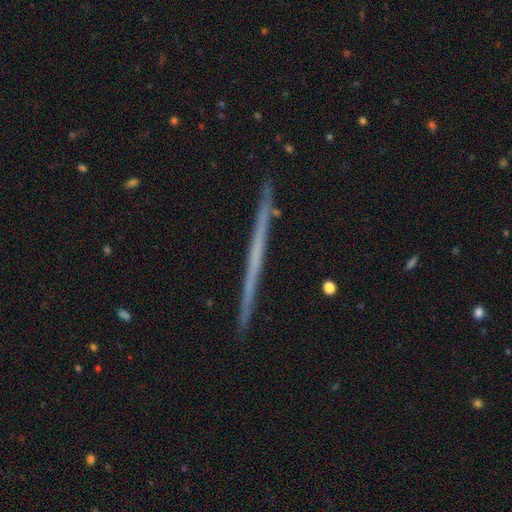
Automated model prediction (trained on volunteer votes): A featured or disk galaxy (64%) viewed edge-on (98%) with no central bulge (92%).

Vote fractions:
- Smooth or featured? featured or disk: 64% / smooth: 30% / star or artifact: 7%
- Edge-on disk? yes: 98% / no: 2%
- Edge-on bulge? none: 92% / rounded: 5% / boxy: 3%
- Merging? none: 92% / minor disturbance: 6% / major disturbance: 1% / merger: 1%